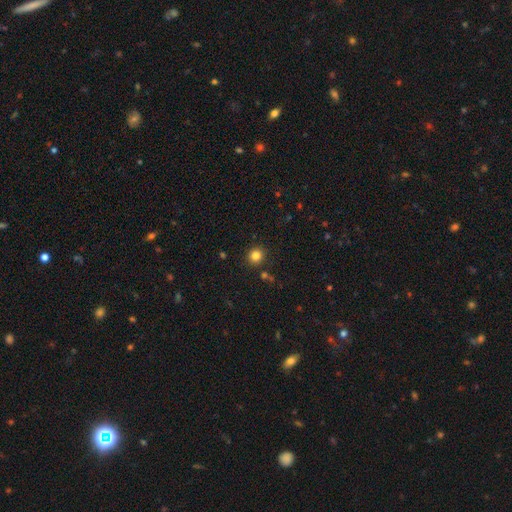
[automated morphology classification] The model was most divided on "smooth or featured": smooth: 82%, star or artifact: 13%, featured or disk: 5%. More confident: how rounded — round (90%); merging — none (89%).